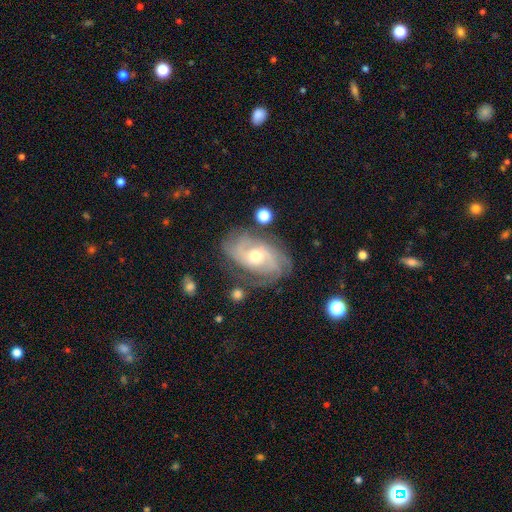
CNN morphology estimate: Smooth or featured? featured or disk (83%)
Edge-on disk? no (96%)
Bar? no (64%)
Spiral arms? yes (95%)
Spiral winding? tight (58%)
Spiral arm count? can't tell (28%)
Bulge size? moderate (62%)
Merging? none (72%)